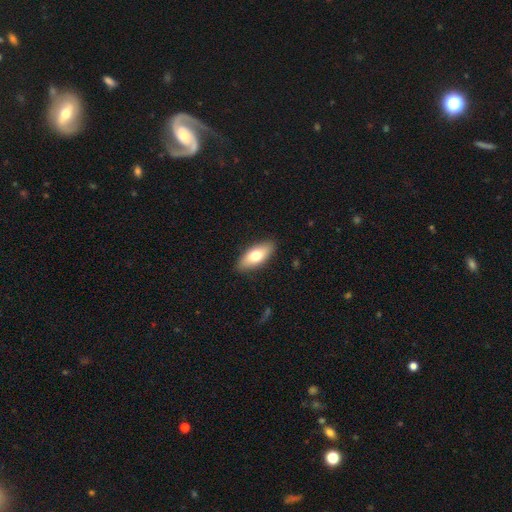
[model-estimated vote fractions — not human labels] smooth_or_featured: smooth (p=0.71) [alt: featured or disk p=0.23]
how_rounded: in between (p=0.80) [alt: cigar-shaped p=0.17]
merging: none (p=0.88) [alt: minor disturbance p=0.09]